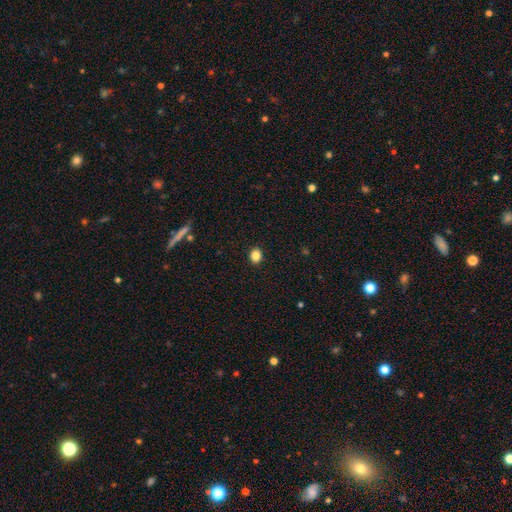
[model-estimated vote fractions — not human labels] This is clearly a smooth galaxy (84%). How rounded: likely round (64%). Merging: clearly none (92%).